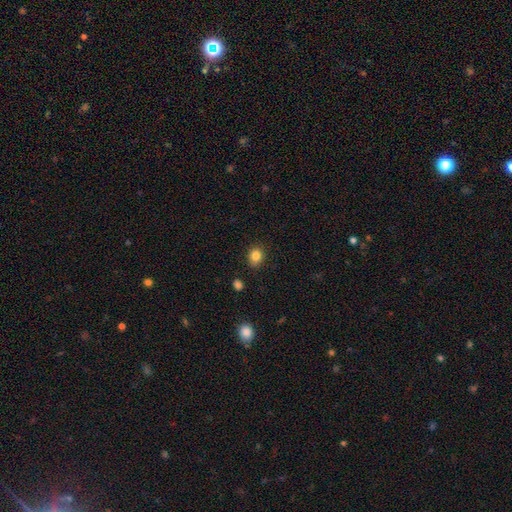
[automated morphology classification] Smooth or featured? Predicted: smooth (p=0.84). How rounded? Predicted: round (p=0.64). Merging? Predicted: none (p=0.86).